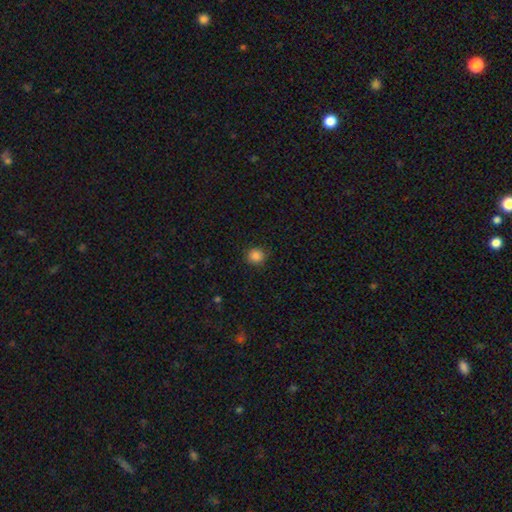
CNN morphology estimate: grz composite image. It shows a smooth galaxy with no disk features (86%) that is round (90%). Merging: none (88%).